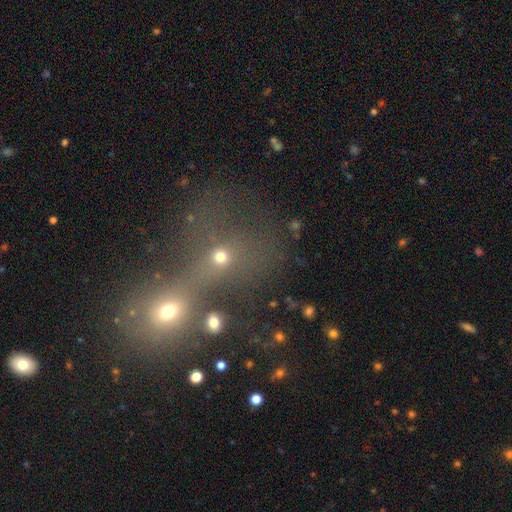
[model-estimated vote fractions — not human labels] Smooth or featured: smooth — 43% (star or artifact — 37%)
Merging: merger — 73% (none — 17%)